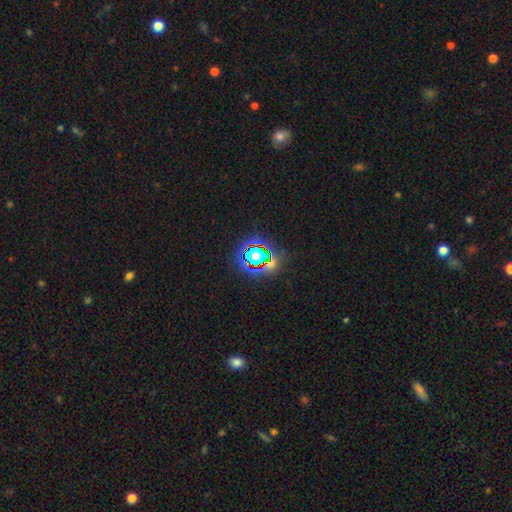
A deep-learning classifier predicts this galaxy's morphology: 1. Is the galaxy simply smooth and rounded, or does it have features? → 59% star or artifact, 29% smooth, 13% featured or disk.